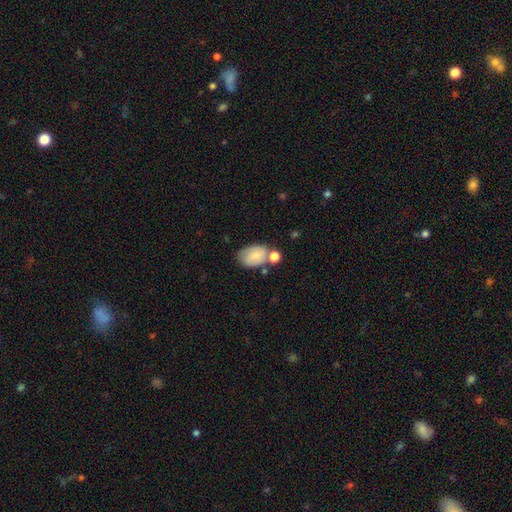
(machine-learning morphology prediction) A smooth galaxy with no disk features (68%) that is in between round and cigar-shaped (84%).

Vote fractions:
- Smooth or featured? smooth: 68% / featured or disk: 24% / star or artifact: 8%
- How rounded? in between: 84% / round: 15% / cigar-shaped: 1%
- Merging? none: 49% / merger: 22% / minor disturbance: 21% / major disturbance: 7%